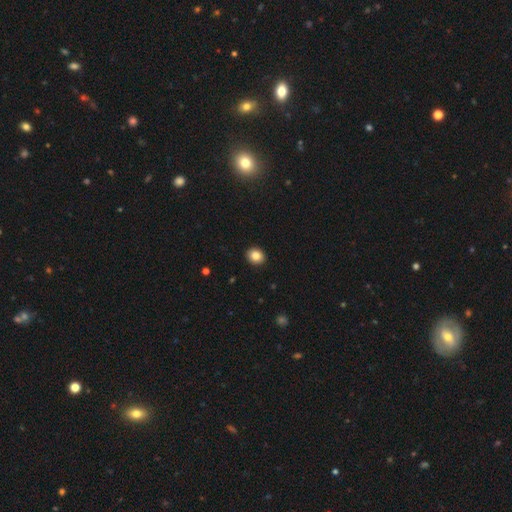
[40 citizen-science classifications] A smooth galaxy with no disk features (88%) that is round (77%). Merging: none (95%).